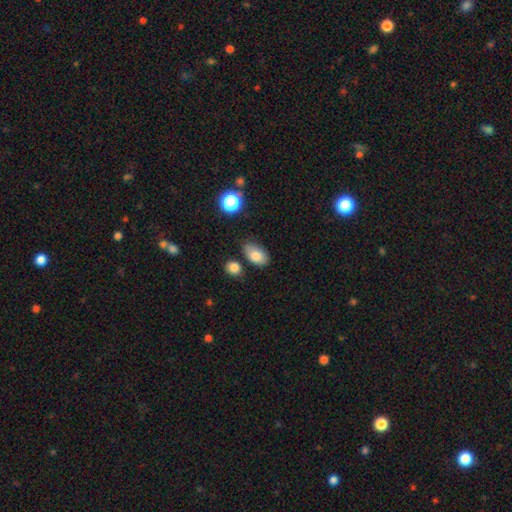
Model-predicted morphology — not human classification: type=smooth (82%); roundness=in between (90%); merging=none (71%).